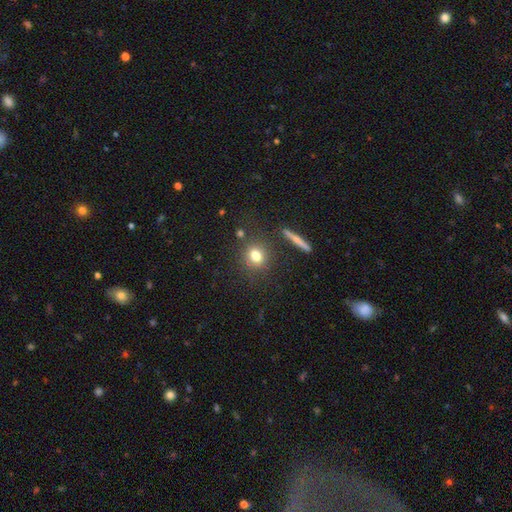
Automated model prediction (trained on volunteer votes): Q: Smooth or featured?
A: smooth (76%); runner-up: star or artifact (13%)
Q: How rounded?
A: round (79%); runner-up: in between (19%)
Q: Merging?
A: none (82%); runner-up: minor disturbance (10%)